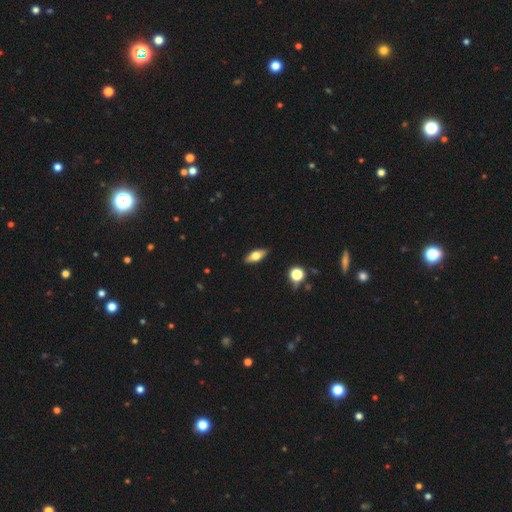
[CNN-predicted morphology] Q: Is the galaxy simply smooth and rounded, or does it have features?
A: smooth — 59%.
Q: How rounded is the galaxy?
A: in between — 74%.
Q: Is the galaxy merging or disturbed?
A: none — 88%.